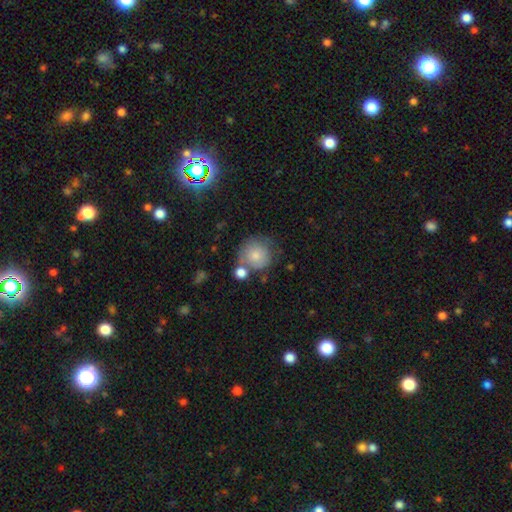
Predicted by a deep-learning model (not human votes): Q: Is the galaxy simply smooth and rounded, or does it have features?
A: smooth — 78%.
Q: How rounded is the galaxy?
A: round — 90%.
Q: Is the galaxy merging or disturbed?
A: none — 54%.